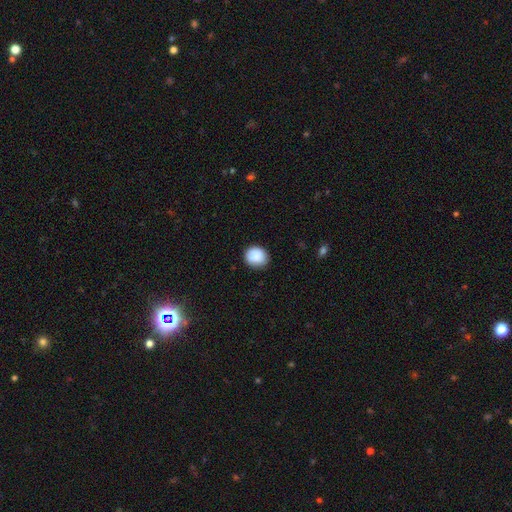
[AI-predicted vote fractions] Smooth or featured? smooth (89%)
How rounded? round (74%)
Merging? none (84%)